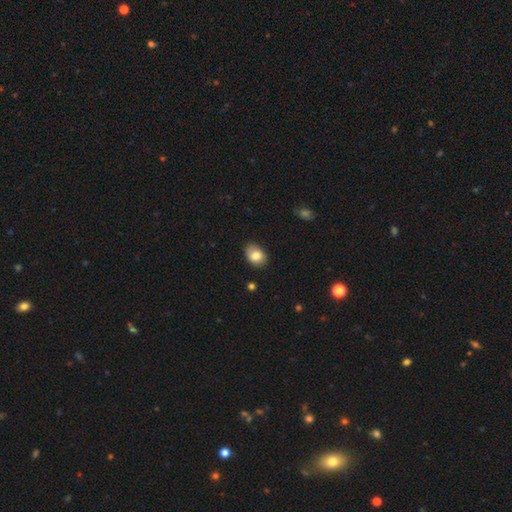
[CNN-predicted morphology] Smooth or featured? Predicted: smooth (p=0.81). How rounded? Predicted: in between (p=0.74). Merging? Predicted: none (p=0.79).